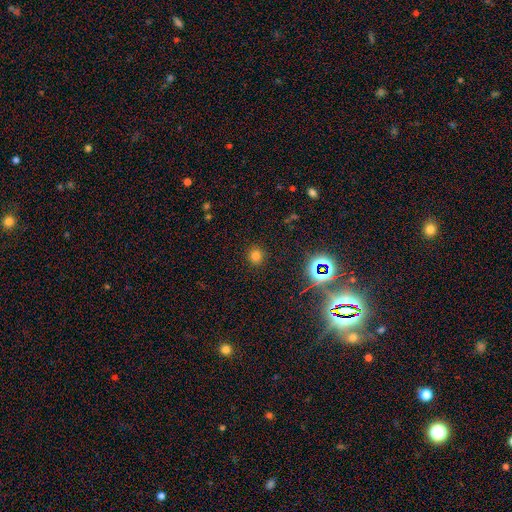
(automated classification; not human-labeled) Overall: smooth (73%). How rounded: round (89%). Merging: none (89%).